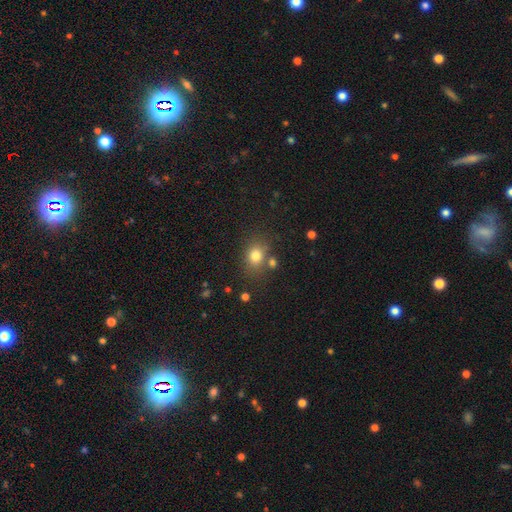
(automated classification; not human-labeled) Q: Smooth or featured?
A: smooth (78%); runner-up: star or artifact (14%)
Q: How rounded?
A: round (57%); runner-up: in between (42%)
Q: Merging?
A: none (72%); runner-up: minor disturbance (13%)